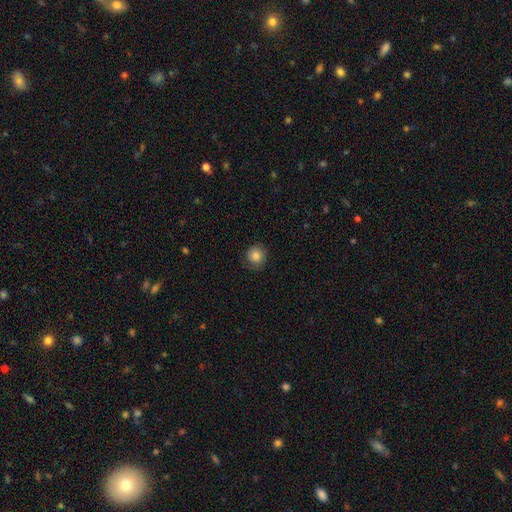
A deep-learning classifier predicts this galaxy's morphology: A smooth galaxy with no disk features (82%) that is round (90%). Merging: none (81%).